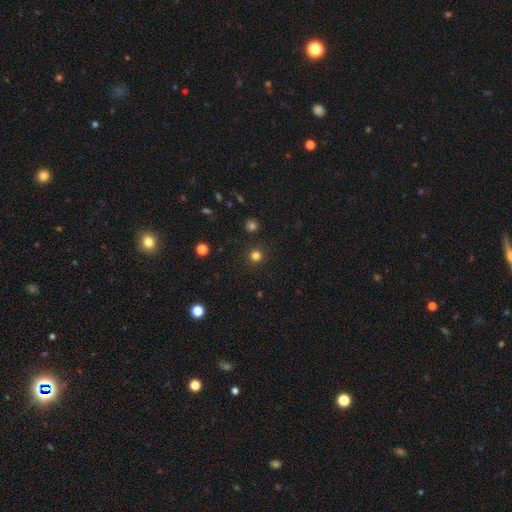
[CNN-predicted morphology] Overall: smooth (79%). How rounded: round (95%). Merging: none (91%).